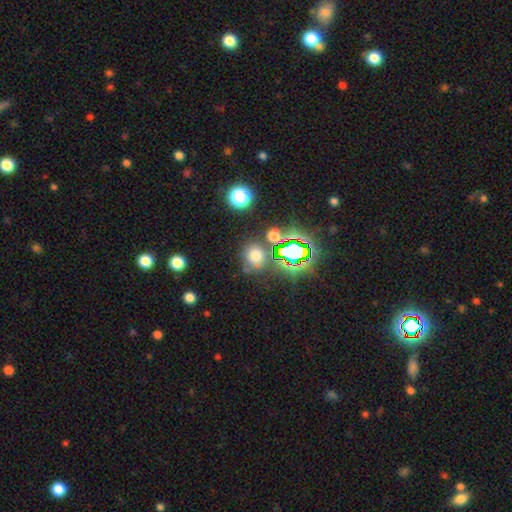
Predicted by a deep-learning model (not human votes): A smooth galaxy with no disk features (60%) that is round (80%).

Vote fractions:
- Smooth or featured? smooth: 60% / star or artifact: 31% / featured or disk: 8%
- How rounded? round: 80% / in between: 19% / cigar-shaped: 1%
- Merging? none: 71% / minor disturbance: 13% / merger: 10% / major disturbance: 6%